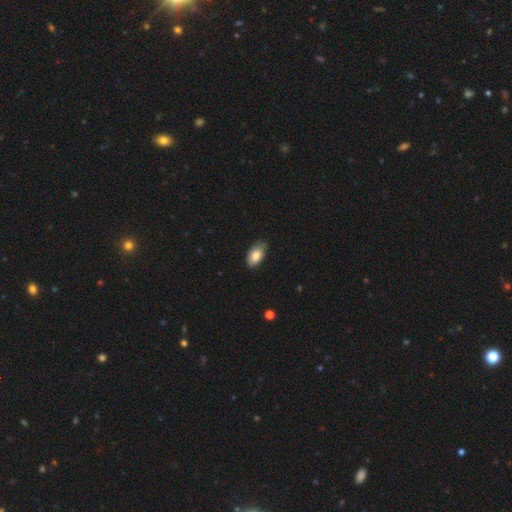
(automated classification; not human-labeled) Smooth or featured?
  - smooth: 83% *
  - featured or disk: 10%
  - star or artifact: 7%
How rounded?
  - in between: 93% *
  - round: 4%
  - cigar-shaped: 2%
Merging?
  - none: 75% *
  - minor disturbance: 21%
  - major disturbance: 3%
  - merger: 1%